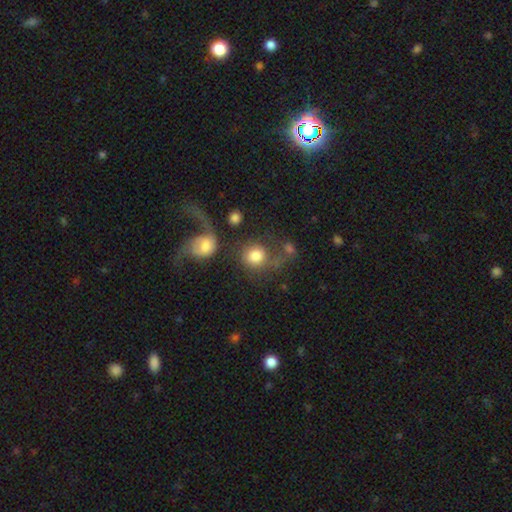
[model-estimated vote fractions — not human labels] This is likely a smooth galaxy (75%). How rounded: clearly round (82%). Merging: marginally none (37%).